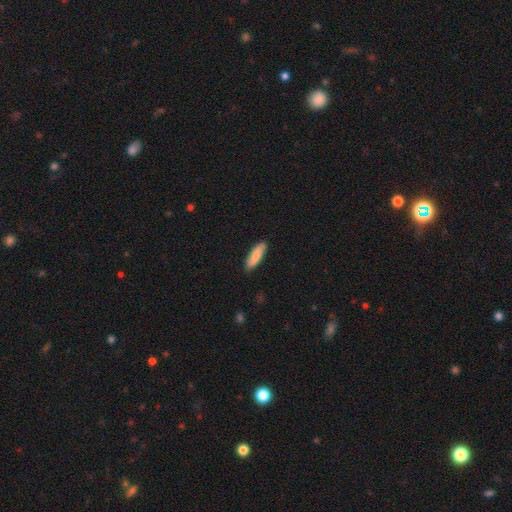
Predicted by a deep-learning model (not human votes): smooth_or_featured: smooth (p=0.80) [alt: featured or disk p=0.15]
how_rounded: cigar-shaped (p=0.58) [alt: in between p=0.41]
merging: none (p=0.85) [alt: minor disturbance p=0.12]